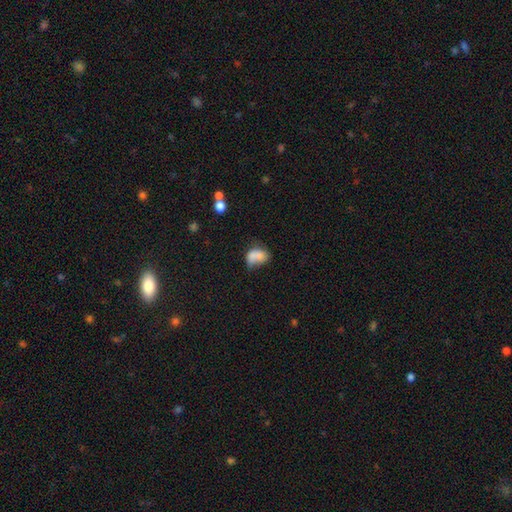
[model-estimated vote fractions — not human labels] A smooth galaxy with no disk features (74%) that is in between round and cigar-shaped (76%).

Vote fractions:
- Smooth or featured? smooth: 74% / featured or disk: 17% / star or artifact: 9%
- How rounded? in between: 76% / round: 23% / cigar-shaped: 1%
- Merging? none: 31% / minor disturbance: 28% / merger: 22% / major disturbance: 19%